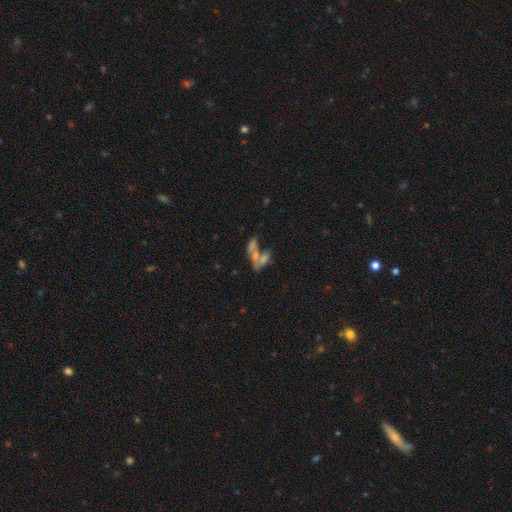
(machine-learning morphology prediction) A smooth galaxy with no disk features (54%) that is in between round and cigar-shaped (73%).

Vote fractions:
- Smooth or featured? smooth: 54% / featured or disk: 34% / star or artifact: 12%
- How rounded? in between: 73% / cigar-shaped: 20% / round: 6%
- Merging? merger: 63% / none: 21% / minor disturbance: 8% / major disturbance: 8%